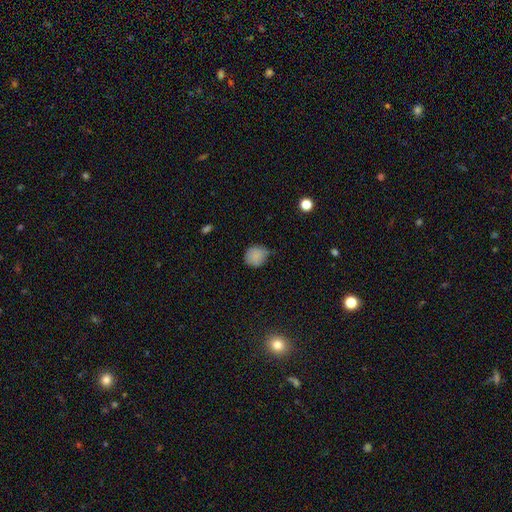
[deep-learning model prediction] A smooth galaxy with no disk features (83%) that is round (80%).

Vote fractions:
- Smooth or featured? smooth: 83% / star or artifact: 10% / featured or disk: 6%
- How rounded? round: 80% / in between: 19% / cigar-shaped: 1%
- Merging? none: 58% / minor disturbance: 34% / major disturbance: 5% / merger: 3%